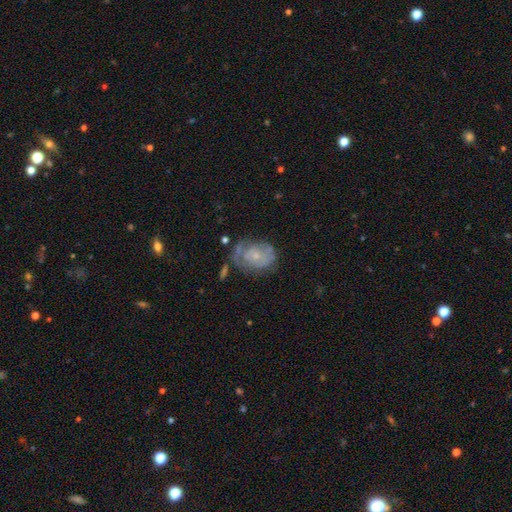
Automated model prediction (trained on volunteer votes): A featured or disk galaxy (61%) with no bar (82%), spiral arms (68%) and a small central bulge (72%). Merging: none (46%).